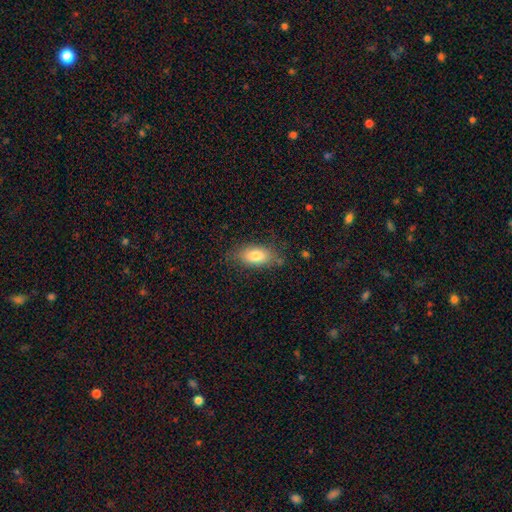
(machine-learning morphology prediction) Overall: smooth (80%). How rounded: in between (88%). Merging: none (77%).